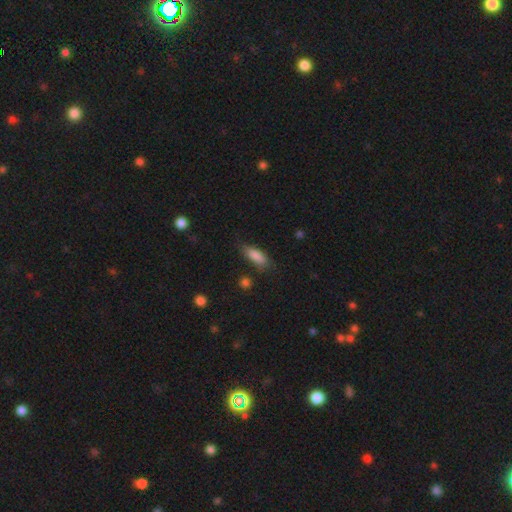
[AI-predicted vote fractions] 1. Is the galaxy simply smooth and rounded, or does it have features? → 84% smooth, 9% featured or disk, 7% star or artifact.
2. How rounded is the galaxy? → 65% in between, 33% cigar-shaped, 2% round.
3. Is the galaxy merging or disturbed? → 73% none, 20% minor disturbance, 5% major disturbance, 2% merger.